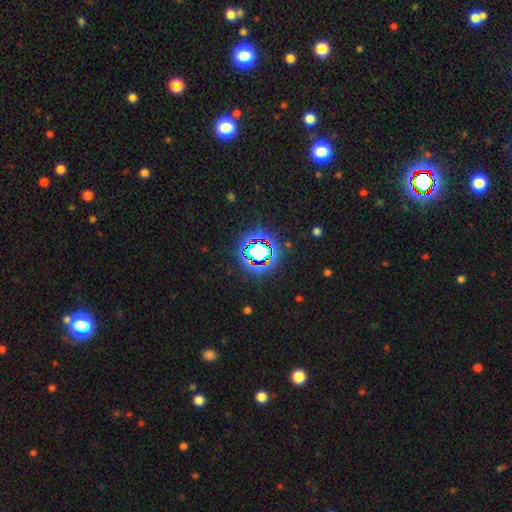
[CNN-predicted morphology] smooth-or-featured: star or artifact: 65% | smooth: 23% | featured or disk: 12%